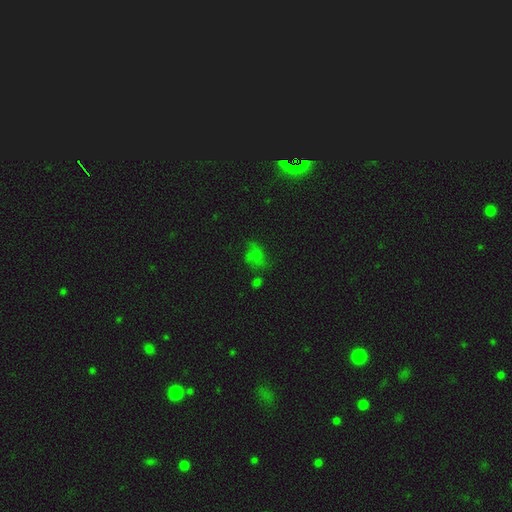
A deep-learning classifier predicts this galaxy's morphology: type=smooth (56%); roundness=in between (59%); merging=none (43%).